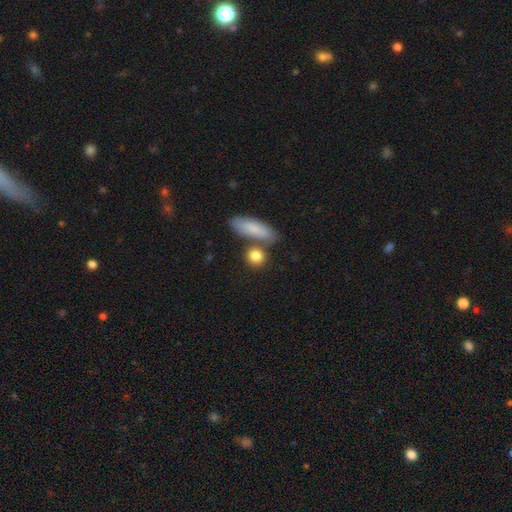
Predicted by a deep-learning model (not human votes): A smooth galaxy with no disk features (84%) that is round (66%).

Vote fractions:
- Smooth or featured? smooth: 84% / featured or disk: 9% / star or artifact: 7%
- How rounded? round: 66% / in between: 25% / cigar-shaped: 9%
- Merging? none: 67% / merger: 18% / minor disturbance: 11% / major disturbance: 4%